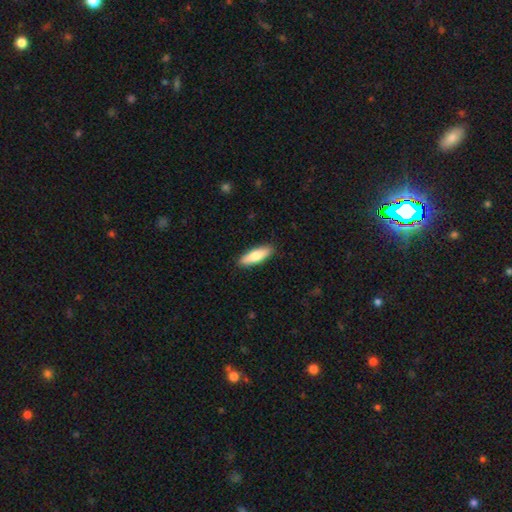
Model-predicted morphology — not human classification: smooth 75%, featured or disk 20%, star or artifact 5%. Down the decision tree: how rounded — cigar-shaped (52%); merging — none (90%).